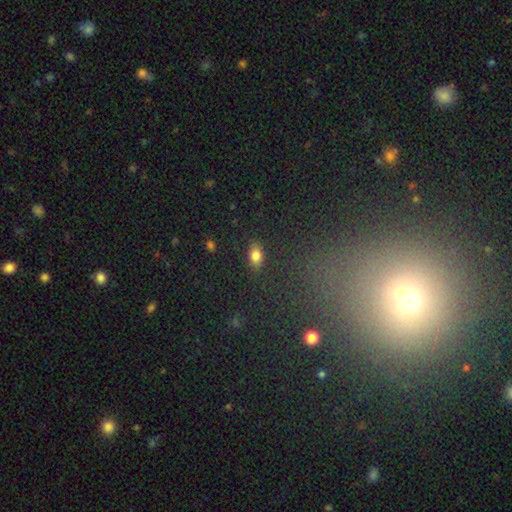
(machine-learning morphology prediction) This is clearly a smooth galaxy (80%). How rounded: clearly in between (87%). Merging: clearly none (85%).